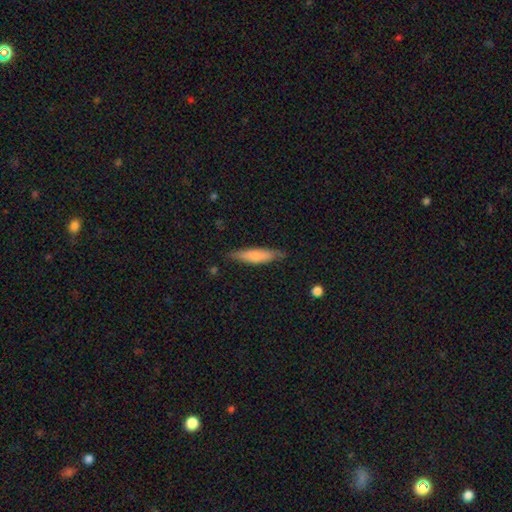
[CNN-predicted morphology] The model was most divided on "how rounded": cigar-shaped: 69%, in between: 29%, round: 2%. More confident: merging — none (76%); smooth or featured — smooth (68%).